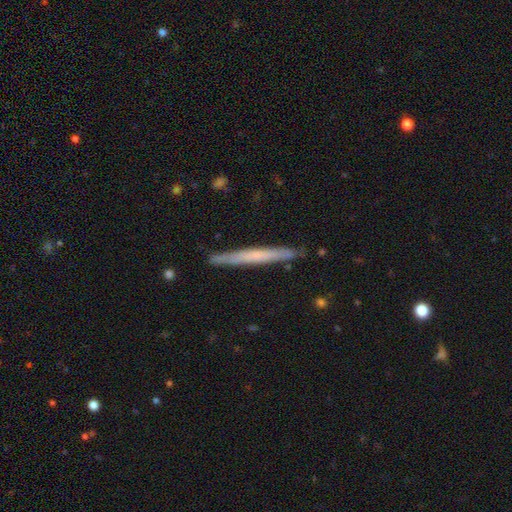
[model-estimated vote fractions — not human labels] smooth-or-featured: smooth: 48% | featured or disk: 46% | star or artifact: 6%
  merging: none: 89% | minor disturbance: 9% | major disturbance: 1% | merger: 1%